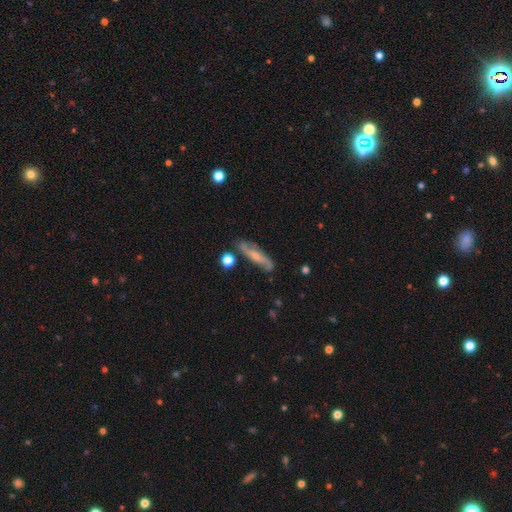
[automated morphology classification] smooth_or_featured: featured or disk (p=0.61) [alt: smooth p=0.31]
disk_edge_on: no (p=0.68) [alt: yes p=0.32]
merging: none (p=0.73) [alt: minor disturbance p=0.18]